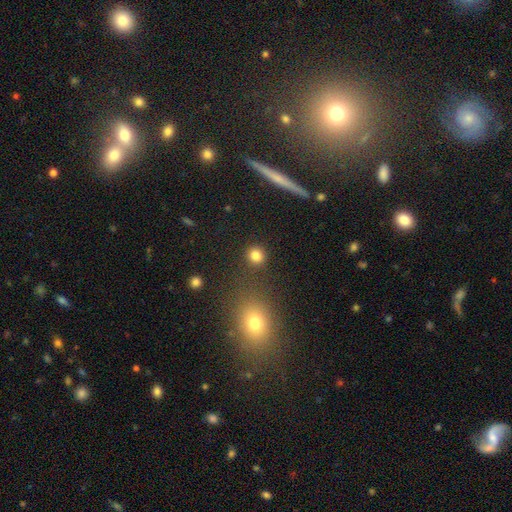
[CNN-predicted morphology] smooth_or_featured: smooth (p=0.83) [alt: star or artifact p=0.12]
how_rounded: round (p=0.90) [alt: in between p=0.08]
merging: none (p=0.87) [alt: minor disturbance p=0.06]